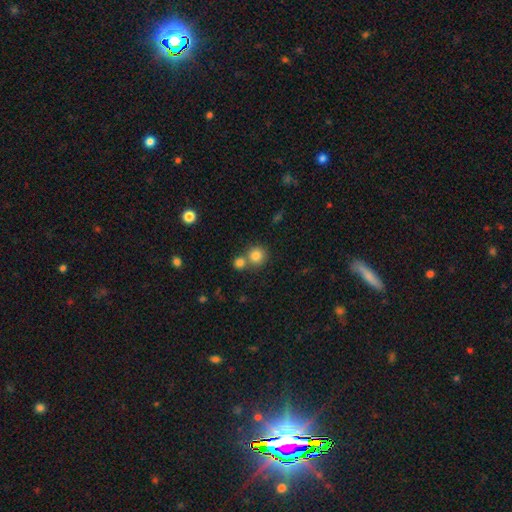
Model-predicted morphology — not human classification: Q: Smooth or featured?
A: smooth (81%); runner-up: star or artifact (12%)
Q: How rounded?
A: round (90%); runner-up: in between (9%)
Q: Merging?
A: none (57%); runner-up: merger (34%)